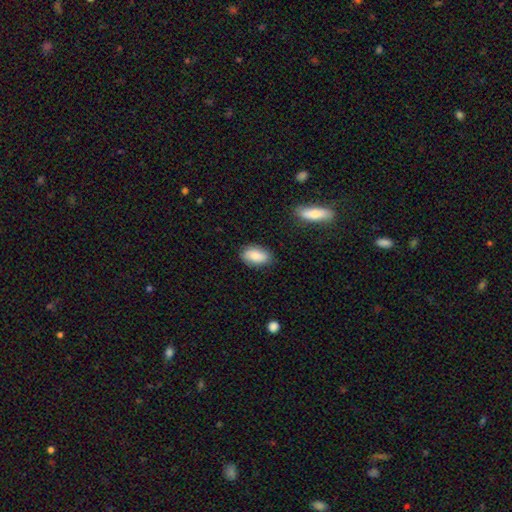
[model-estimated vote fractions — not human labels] This appears to be a smooth galaxy with no disk features (84%) that is in between round and cigar-shaped (92%). Merging: none (80%).